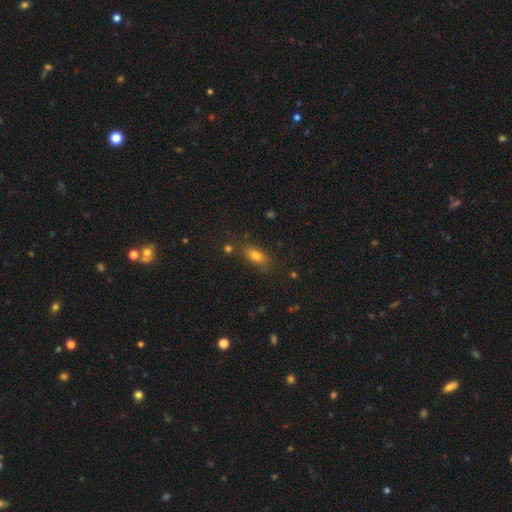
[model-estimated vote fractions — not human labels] A smooth galaxy with no disk features (75%) that is in between round and cigar-shaped (78%).

Vote fractions:
- Smooth or featured? smooth: 75% / featured or disk: 13% / star or artifact: 13%
- How rounded? in between: 78% / cigar-shaped: 12% / round: 9%
- Merging? none: 76% / minor disturbance: 15% / merger: 5% / major disturbance: 4%